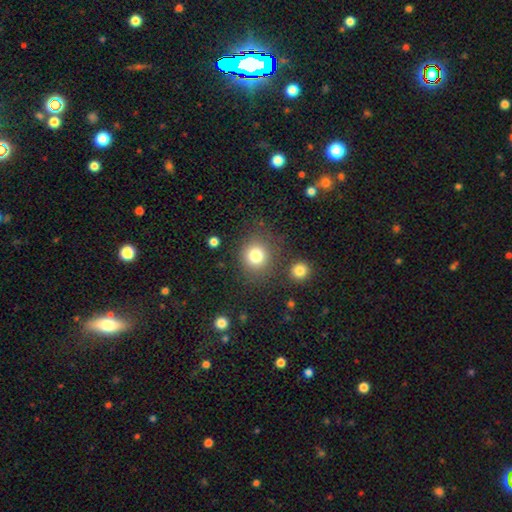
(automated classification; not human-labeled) Smooth or featured: smooth — 80% (star or artifact — 12%)
How rounded: round — 85% (in between — 14%)
Merging: none — 80% (minor disturbance — 10%)